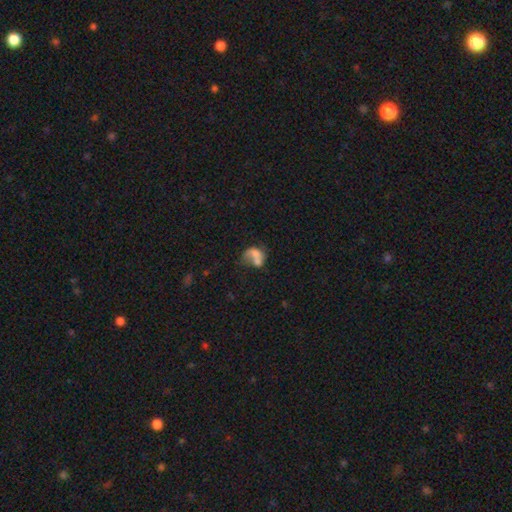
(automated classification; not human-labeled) Smooth or featured? Predicted: smooth (p=0.55). How rounded? Predicted: in between (p=0.66). Merging? Predicted: merger (p=0.51).